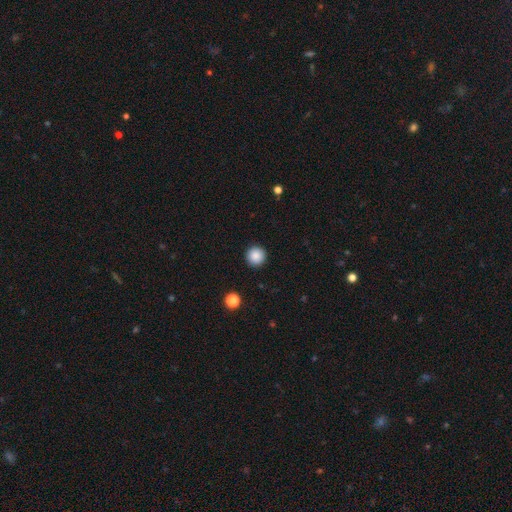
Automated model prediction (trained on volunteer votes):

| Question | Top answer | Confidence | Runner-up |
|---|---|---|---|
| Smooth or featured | smooth | 88% | star or artifact (9%) |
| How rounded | round | 96% | in between (3%) |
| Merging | none | 93% | minor disturbance (5%) |